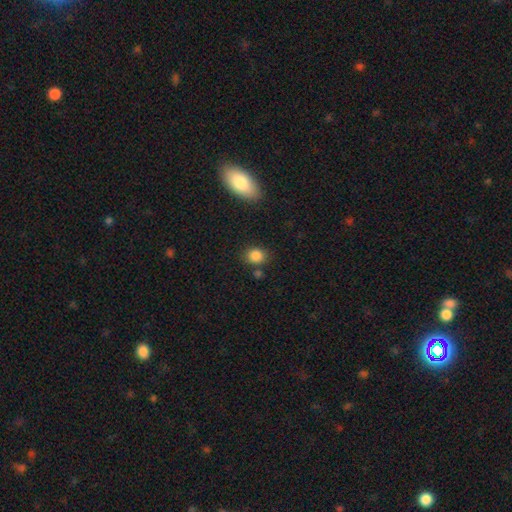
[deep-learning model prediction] Q: Smooth or featured?
A: smooth (85%); runner-up: star or artifact (10%)
Q: How rounded?
A: round (59%); runner-up: in between (39%)
Q: Merging?
A: none (77%); runner-up: minor disturbance (12%)